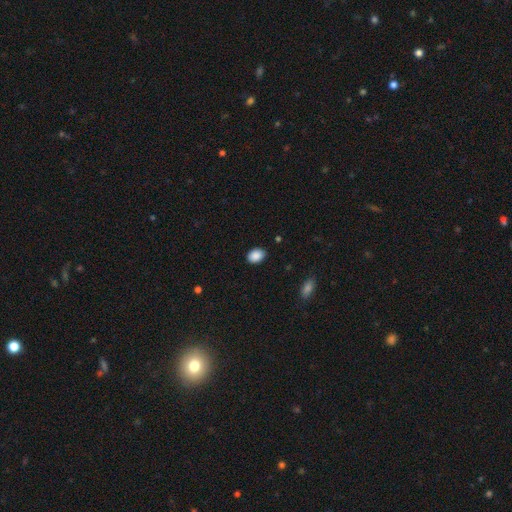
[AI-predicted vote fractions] Morphology: type=smooth (89%); roundness=in between (79%); merging=none (87%).